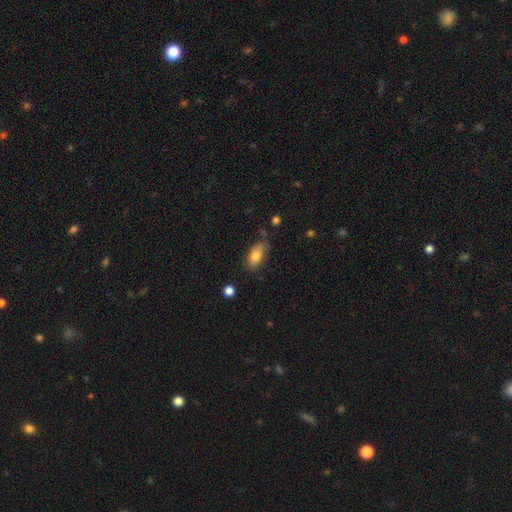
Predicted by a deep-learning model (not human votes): Overall: smooth (79%). How rounded: in between (90%). Merging: none (67%).